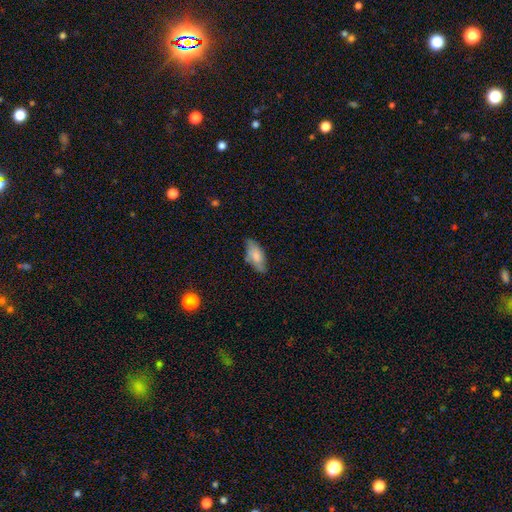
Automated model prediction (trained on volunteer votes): This appears to be a smooth galaxy with no disk features (71%) that is in between round and cigar-shaped (87%). Merging: none (61%).